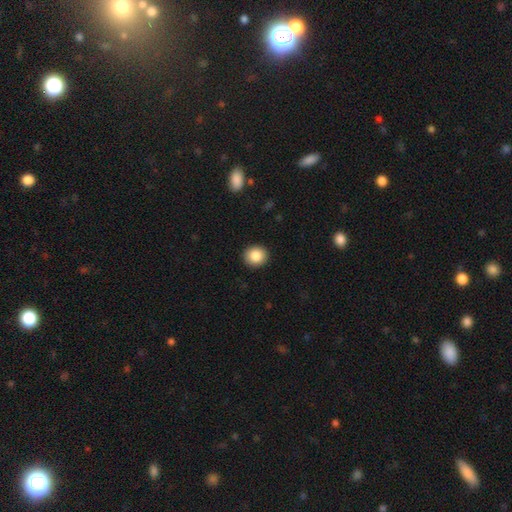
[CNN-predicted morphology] Smooth or featured?
  - smooth: 86% *
  - star or artifact: 9%
  - featured or disk: 6%
How rounded?
  - round: 85% *
  - in between: 14%
  - cigar-shaped: 1%
Merging?
  - none: 92% *
  - minor disturbance: 5%
  - major disturbance: 2%
  - merger: 1%